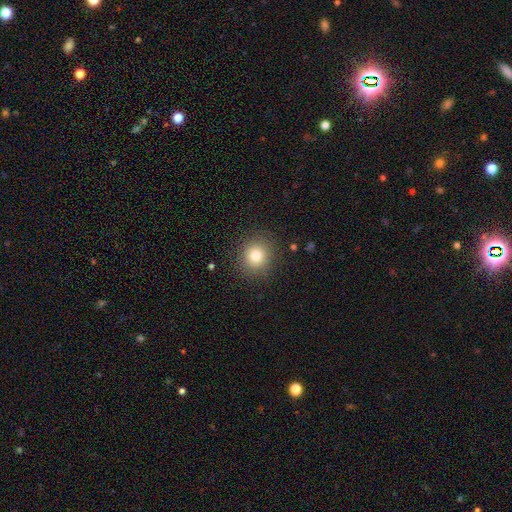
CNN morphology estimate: This appears to be a smooth galaxy with no disk features (80%) that is round (87%). Merging: none (89%).